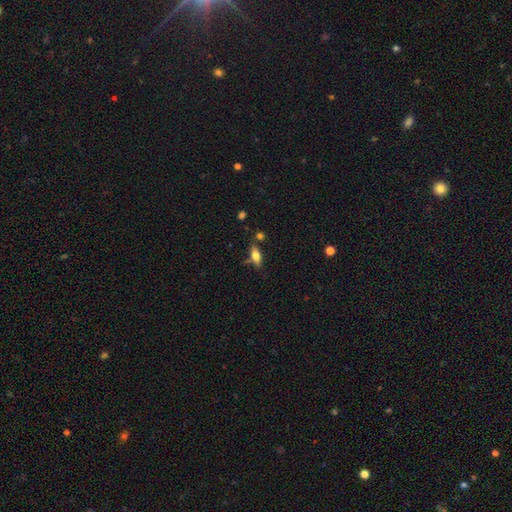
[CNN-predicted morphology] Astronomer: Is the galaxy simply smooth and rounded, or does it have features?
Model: smooth — 62%.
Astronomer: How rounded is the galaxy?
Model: in between — 71%.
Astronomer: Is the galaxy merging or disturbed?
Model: none — 70%.